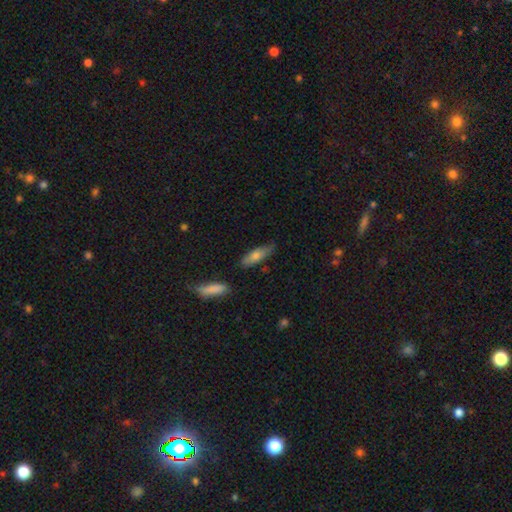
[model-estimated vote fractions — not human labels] A smooth galaxy with no disk features (70%) that is cigar-shaped (54%). Merging: none (75%).